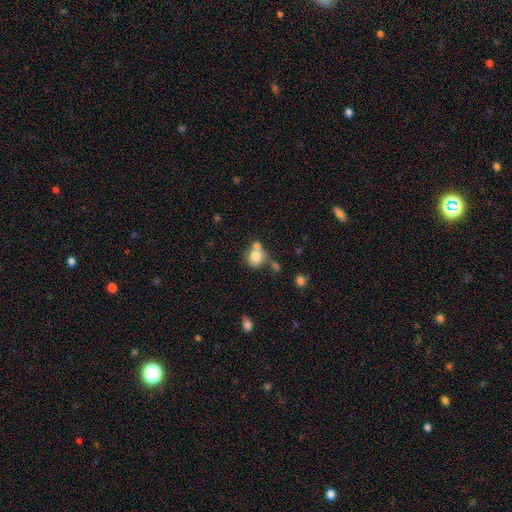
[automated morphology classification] This is likely a smooth galaxy (77%). How rounded: likely round (70%). Merging: marginally none (41%).